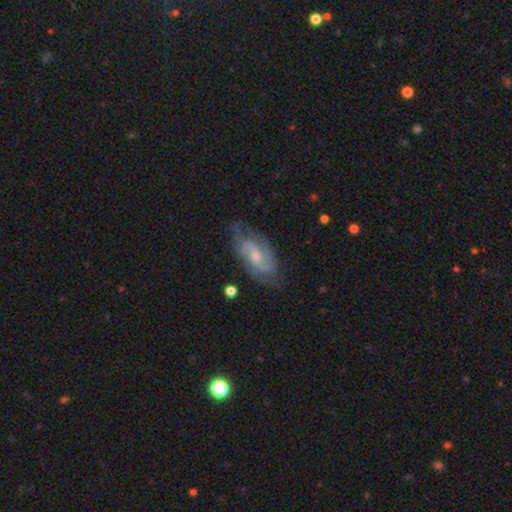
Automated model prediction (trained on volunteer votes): Smooth or featured? Predicted: featured or disk (p=0.82). Edge-on disk? Predicted: no (p=0.95). Bar? Predicted: no (p=0.45, tied with weak). Spiral arms? Predicted: yes (p=0.95). Spiral winding? Predicted: medium (p=0.48). Spiral arm count? Predicted: 2 (p=0.62). Bulge size? Predicted: moderate (p=0.47). Merging? Predicted: none (p=0.71).